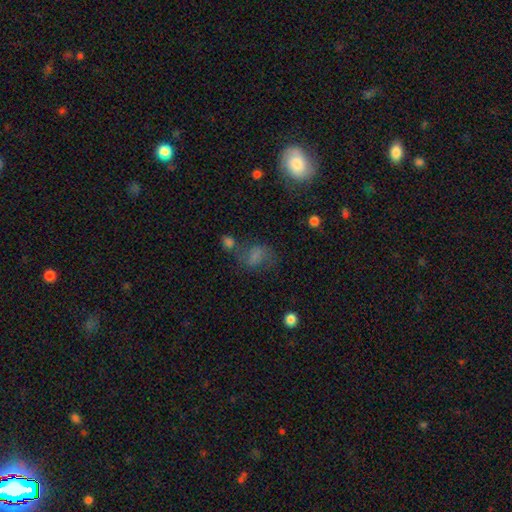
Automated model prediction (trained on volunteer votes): A smooth galaxy with no disk features (53%) that is in between round and cigar-shaped (62%).

Vote fractions:
- Smooth or featured? smooth: 53% / featured or disk: 30% / star or artifact: 17%
- How rounded? in between: 62% / round: 35% / cigar-shaped: 3%
- Merging? none: 45% / merger: 20% / minor disturbance: 19% / major disturbance: 16%